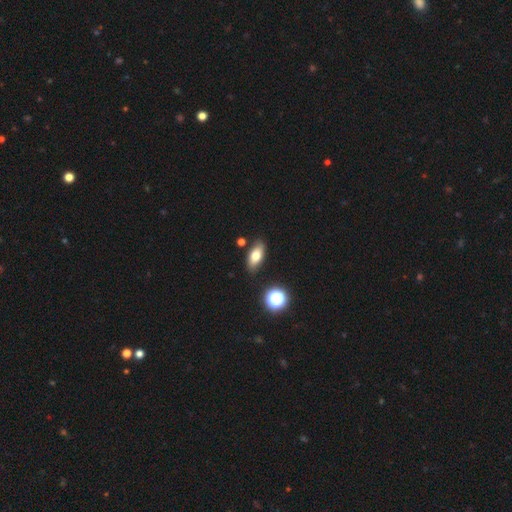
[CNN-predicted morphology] Smooth or featured?
  - smooth: 73% *
  - featured or disk: 17%
  - star or artifact: 11%
How rounded?
  - in between: 82% *
  - cigar-shaped: 11%
  - round: 7%
Merging?
  - none: 83% *
  - minor disturbance: 11%
  - merger: 4%
  - major disturbance: 3%